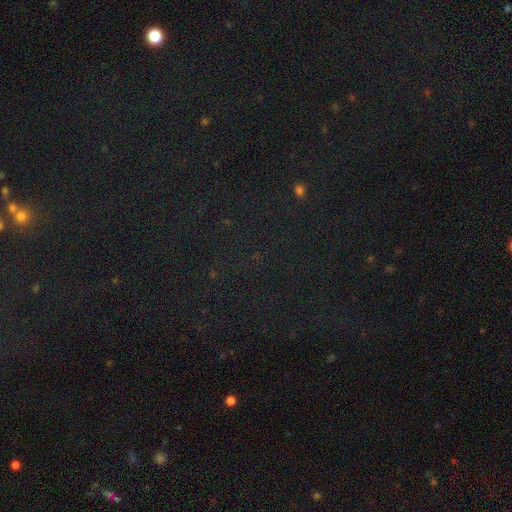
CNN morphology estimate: Smooth or featured? star or artifact (80%)